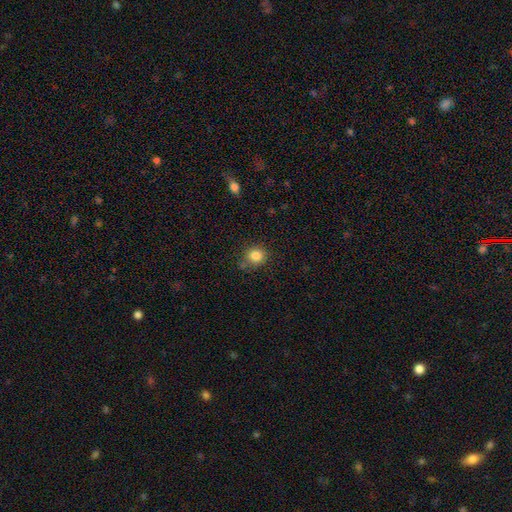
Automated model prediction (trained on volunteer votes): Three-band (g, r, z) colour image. It shows a smooth galaxy with no disk features (83%) that is round (85%). Merging: none (78%).